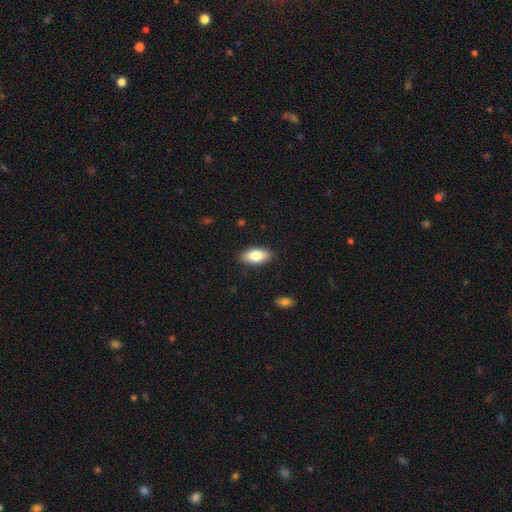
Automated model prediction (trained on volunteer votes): This is clearly a smooth galaxy (82%). How rounded: clearly in between (90%). Merging: clearly none (88%).